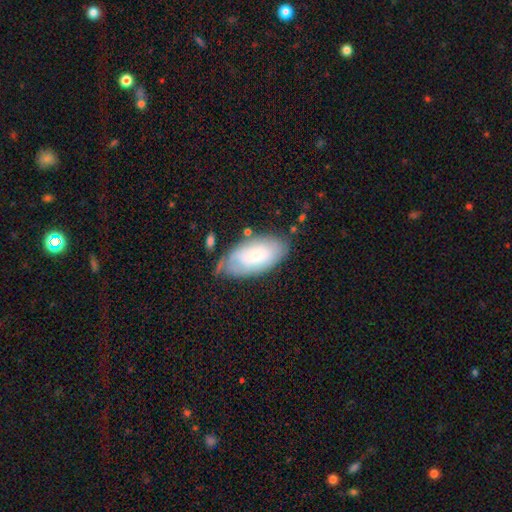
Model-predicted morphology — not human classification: Smooth or featured? Predicted: smooth (p=0.59). How rounded? Predicted: in between (p=0.93). Merging? Predicted: none (p=0.60).